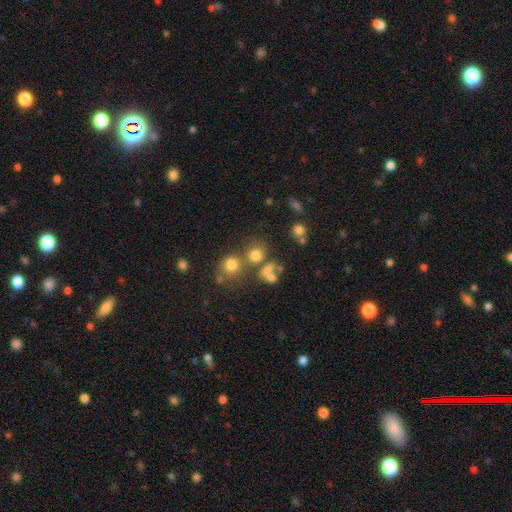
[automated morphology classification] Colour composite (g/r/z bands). It shows a smooth galaxy with no disk features (68%) that is round (78%). Merging: none (52%).